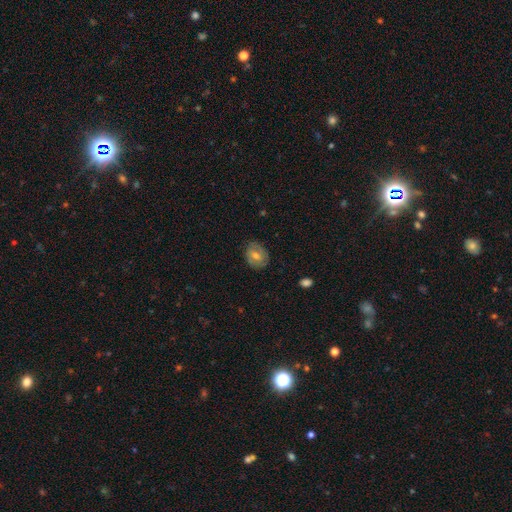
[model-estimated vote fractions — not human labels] A smooth galaxy with no disk features (48%).

Vote fractions:
- Smooth or featured? smooth: 48% / featured or disk: 43% / star or artifact: 9%
- Merging? none: 78% / minor disturbance: 17% / major disturbance: 4% / merger: 1%